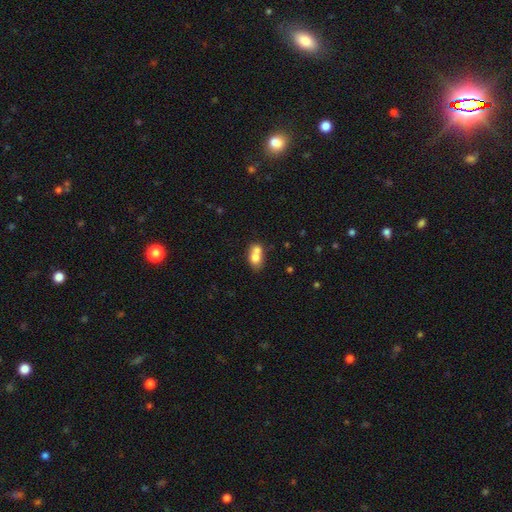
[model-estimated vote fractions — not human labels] The model was most divided on "how rounded": in between: 64%, round: 34%, cigar-shaped: 2%. More confident: smooth or featured — smooth (70%); merging — merger (62%).